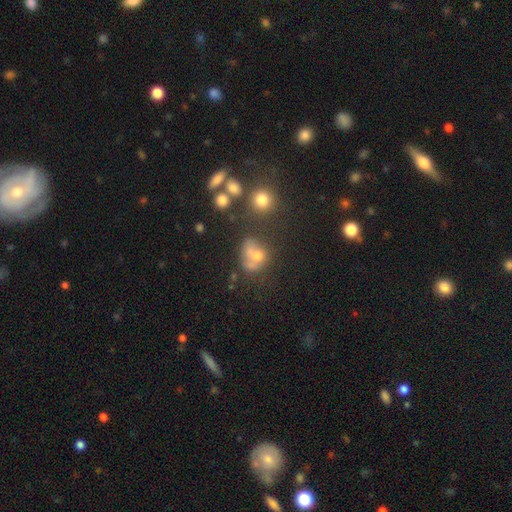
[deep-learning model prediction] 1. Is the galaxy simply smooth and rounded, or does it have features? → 58% smooth, 24% featured or disk, 18% star or artifact.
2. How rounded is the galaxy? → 56% round, 43% in between, 1% cigar-shaped.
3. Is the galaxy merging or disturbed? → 33% merger, 31% none, 18% major disturbance, 18% minor disturbance.